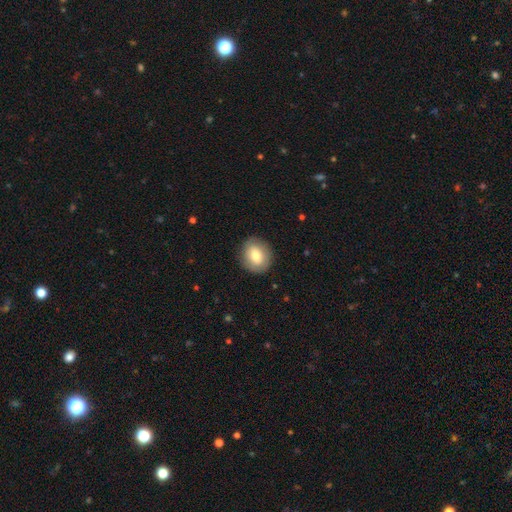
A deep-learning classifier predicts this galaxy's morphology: This appears to be a smooth galaxy with no disk features (73%) that is round (68%). Merging: none (87%).